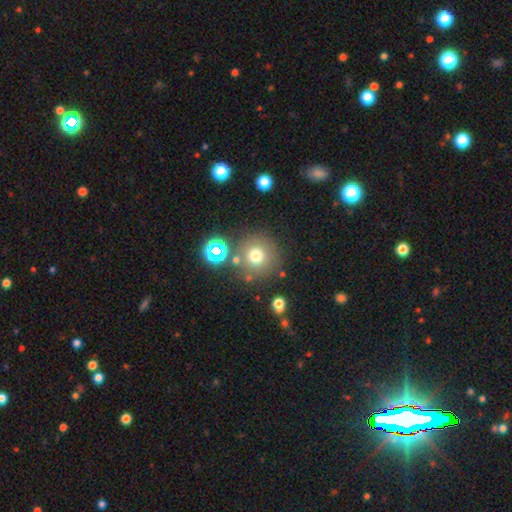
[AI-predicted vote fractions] A smooth galaxy with no disk features (71%) that is round (94%).

Vote fractions:
- Smooth or featured? smooth: 71% / star or artifact: 18% / featured or disk: 11%
- How rounded? round: 94% / in between: 5% / cigar-shaped: 1%
- Merging? none: 79% / minor disturbance: 9% / merger: 8% / major disturbance: 4%